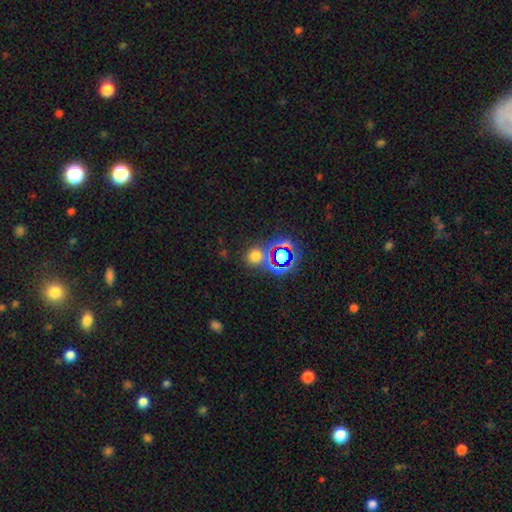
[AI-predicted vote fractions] Smooth or featured?
  - smooth: 61% *
  - star or artifact: 32%
  - featured or disk: 7%
How rounded?
  - round: 83% *
  - in between: 16%
  - cigar-shaped: 1%
Merging?
  - none: 67% *
  - merger: 17%
  - minor disturbance: 11%
  - major disturbance: 5%